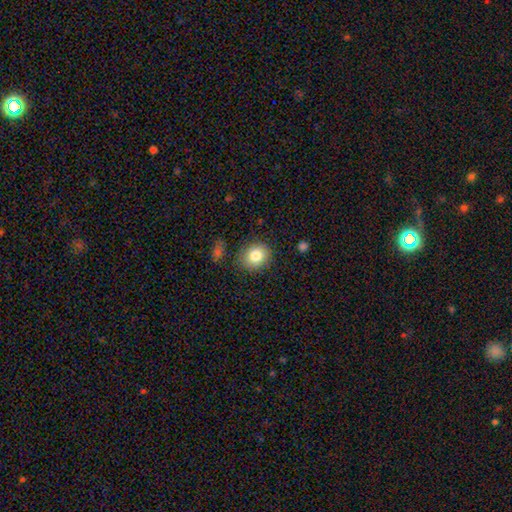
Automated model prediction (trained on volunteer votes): Morphology: type=smooth (83%); roundness=round (69%); merging=none (84%).